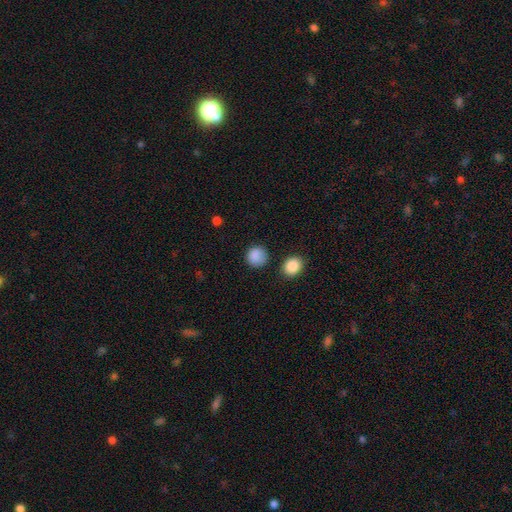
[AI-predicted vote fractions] This appears to be a smooth galaxy with no disk features (87%) that is round (89%). Merging: none (81%).